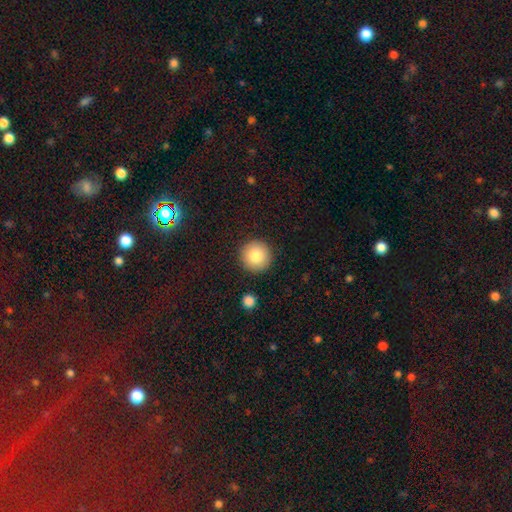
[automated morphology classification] Smooth or featured? Predicted: smooth (p=0.84). How rounded? Predicted: round (p=0.96). Merging? Predicted: none (p=0.90).